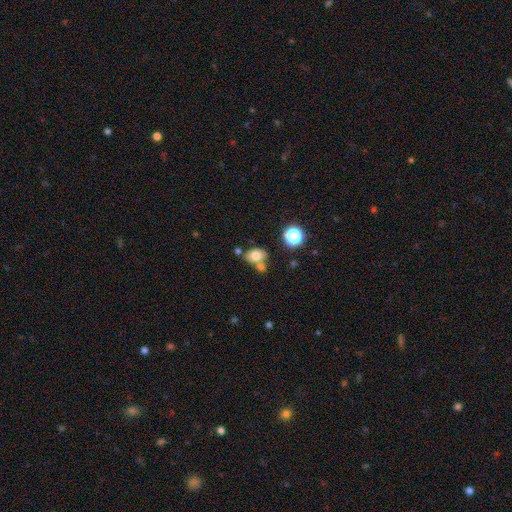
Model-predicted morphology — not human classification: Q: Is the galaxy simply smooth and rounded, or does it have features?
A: smooth — 78%.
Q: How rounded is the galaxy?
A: in between — 71%.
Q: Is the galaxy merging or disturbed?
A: none — 56%.